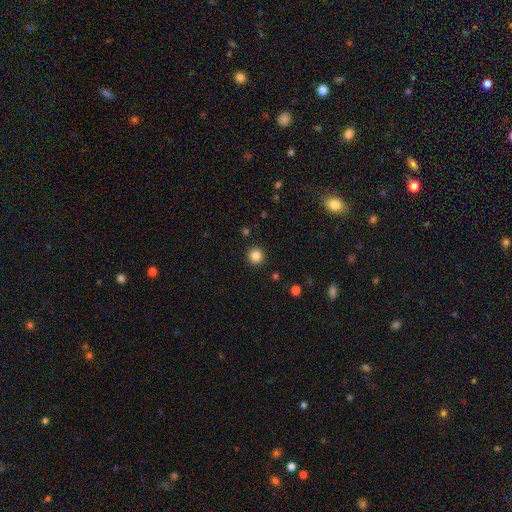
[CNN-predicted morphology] smooth-or-featured: smooth: 84% | star or artifact: 11% | featured or disk: 4%
  how-rounded: round: 95% | in between: 4% | cigar-shaped: 1%
  merging: none: 93% | minor disturbance: 4% | major disturbance: 2% | merger: 1%